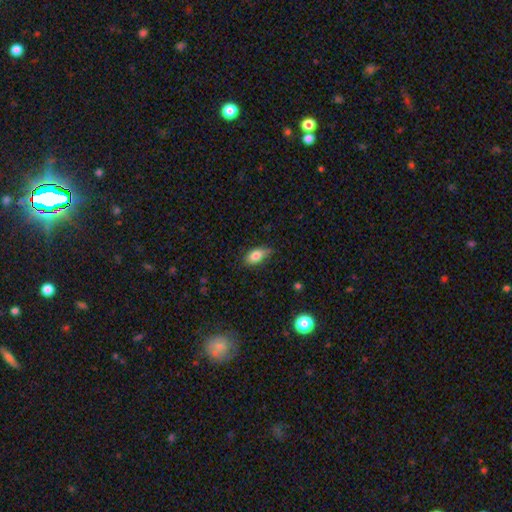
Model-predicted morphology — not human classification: This appears to be a smooth galaxy with no disk features (82%) that is in between round and cigar-shaped (88%). Merging: none (67%).